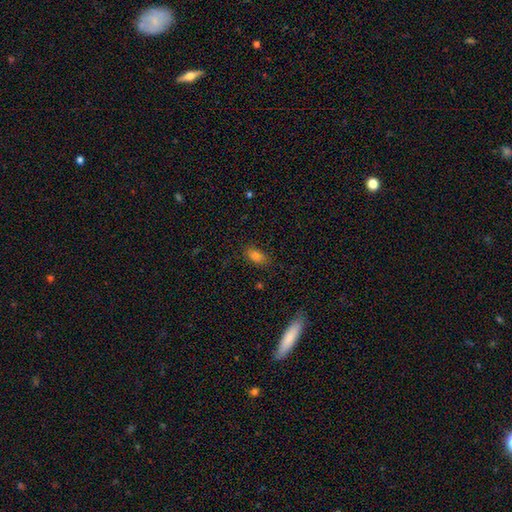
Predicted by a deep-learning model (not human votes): Smooth or featured: smooth — 79% (star or artifact — 13%)
How rounded: in between — 84% (cigar-shaped — 9%)
Merging: none — 79% (minor disturbance — 15%)